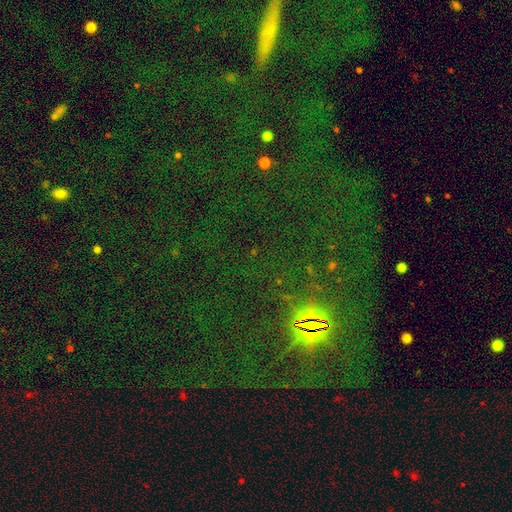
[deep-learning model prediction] A star or artifact, not a galaxy (80%).

Vote fractions:
- Smooth or featured? star or artifact: 80% / smooth: 11% / featured or disk: 9%